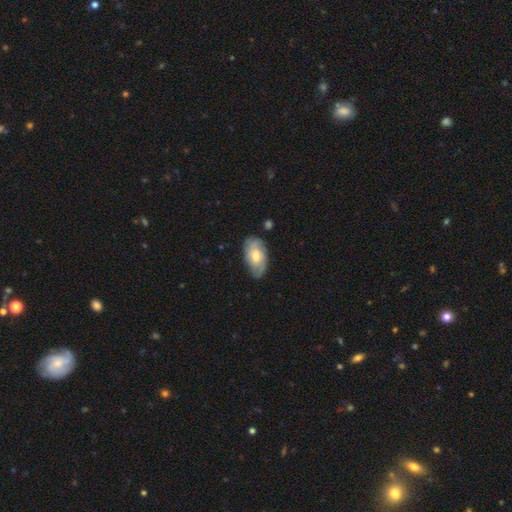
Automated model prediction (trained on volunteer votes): Smooth or featured?
  - featured or disk: 51% *
  - smooth: 43%
  - star or artifact: 6%
Edge-on disk?
  - no: 92% *
  - yes: 8%
Merging?
  - none: 73% *
  - minor disturbance: 21%
  - major disturbance: 5%
  - merger: 2%